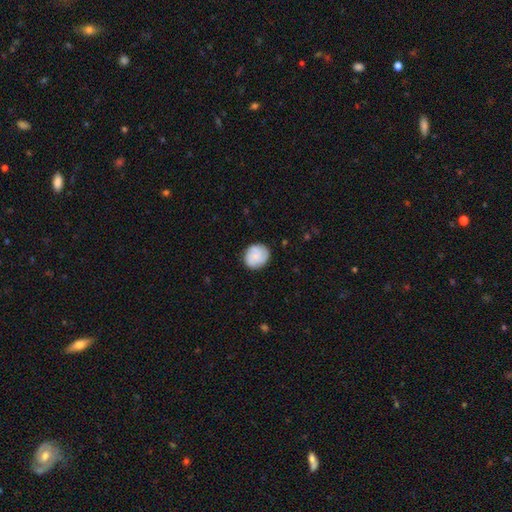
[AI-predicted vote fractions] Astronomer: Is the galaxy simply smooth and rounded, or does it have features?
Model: smooth — 72%.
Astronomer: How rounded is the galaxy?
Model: round — 79%.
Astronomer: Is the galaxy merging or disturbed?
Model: none — 82%.